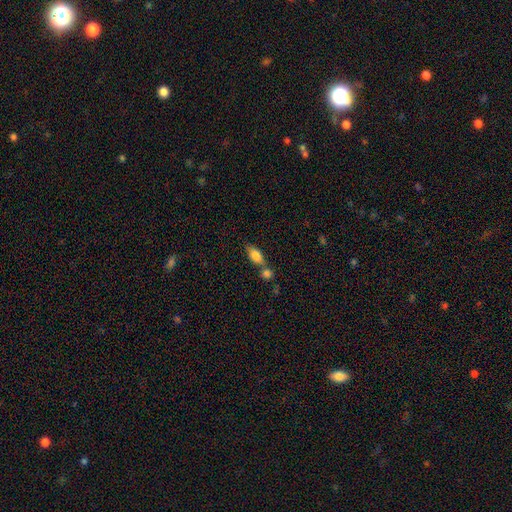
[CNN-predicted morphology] This is likely a smooth galaxy (79%). How rounded: clearly in between (81%). Merging: marginally merger (42%, tied with none).